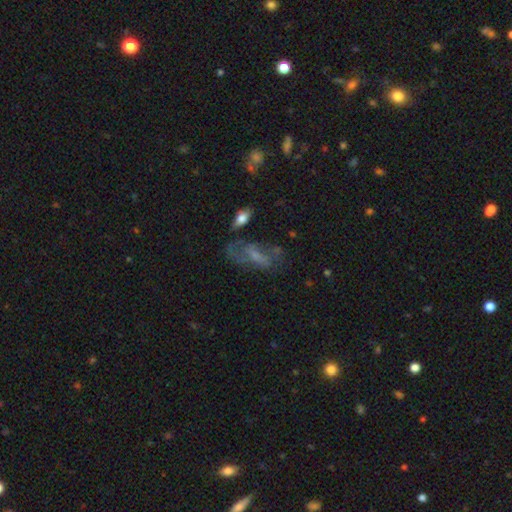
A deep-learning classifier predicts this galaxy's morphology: featured or disk 56%, smooth 30%, star or artifact 14%. Down the decision tree: edge-on disk — no (88%); merging — none (43%).